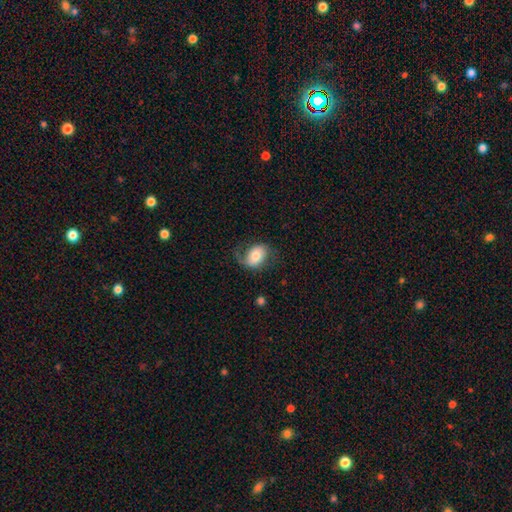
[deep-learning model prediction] smooth 55%, featured or disk 38%, star or artifact 7%. Down the decision tree: how rounded — in between (71%); merging — none (53%).